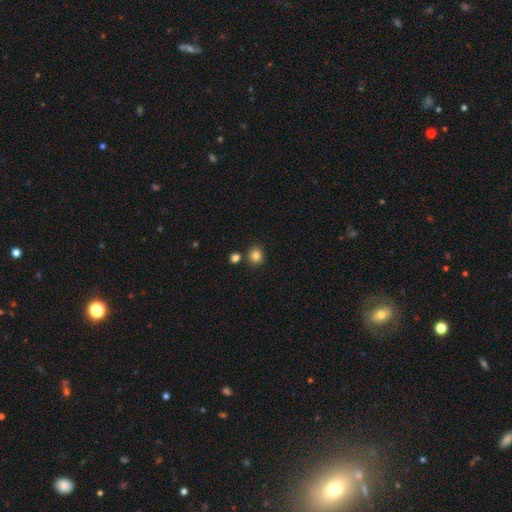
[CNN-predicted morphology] Smooth or featured?
  - smooth: 83% *
  - star or artifact: 11%
  - featured or disk: 5%
How rounded?
  - round: 86% *
  - in between: 14%
  - cigar-shaped: 1%
Merging?
  - none: 83% *
  - minor disturbance: 8%
  - merger: 7%
  - major disturbance: 2%